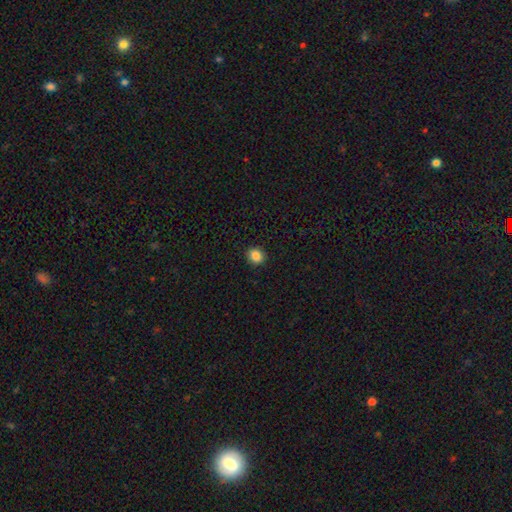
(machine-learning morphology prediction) Smooth or featured: smooth — 87% (star or artifact — 10%)
How rounded: round — 67% (in between — 32%)
Merging: none — 91% (minor disturbance — 7%)